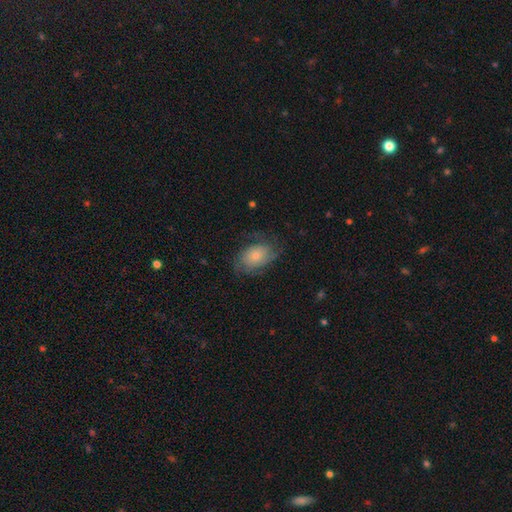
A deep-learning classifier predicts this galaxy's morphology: Overall: smooth (48%; featured or disk 44%). Merging: none (59%; minor disturbance 24%).